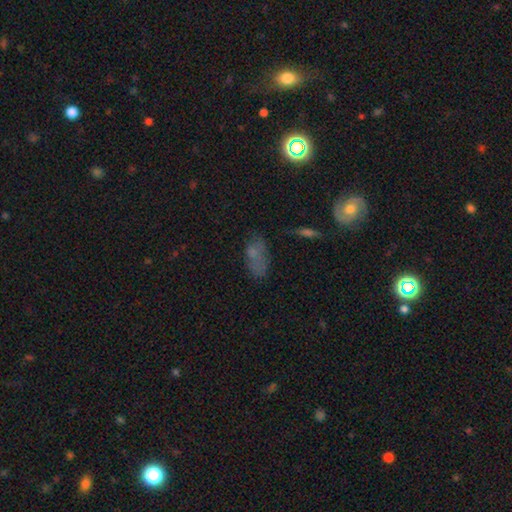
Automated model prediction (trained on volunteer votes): Smooth or featured: smooth — 54% (featured or disk — 25%)
How rounded: in between — 84% (round — 9%)
Merging: none — 50% (minor disturbance — 25%)